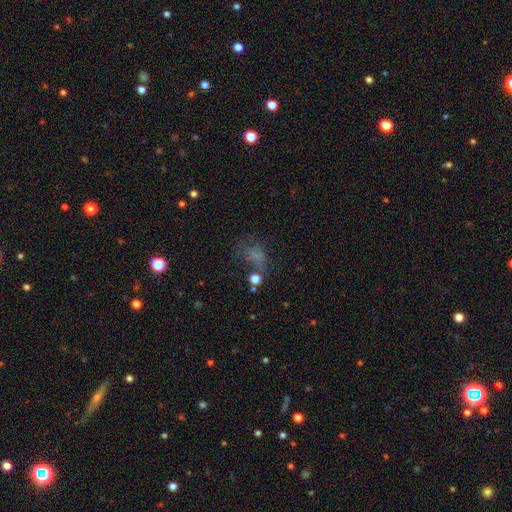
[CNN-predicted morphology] smooth_or_featured: smooth (p=0.57) [alt: star or artifact p=0.25]
how_rounded: in between (p=0.62) [alt: round p=0.35]
merging: none (p=0.41) [alt: major disturbance p=0.30]